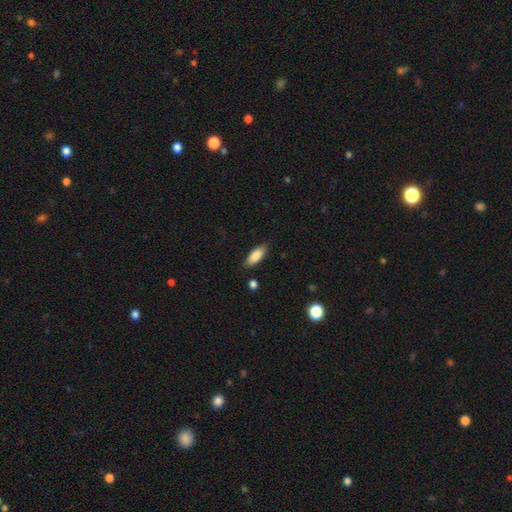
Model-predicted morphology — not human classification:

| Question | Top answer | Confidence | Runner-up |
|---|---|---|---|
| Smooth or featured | smooth | 85% | featured or disk (8%) |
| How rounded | in between | 77% | cigar-shaped (22%) |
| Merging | none | 83% | minor disturbance (13%) |